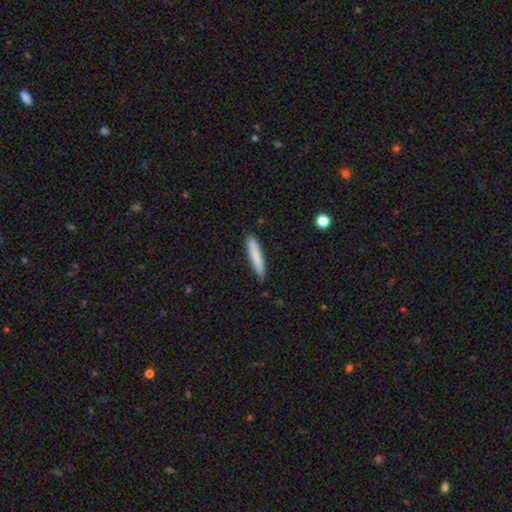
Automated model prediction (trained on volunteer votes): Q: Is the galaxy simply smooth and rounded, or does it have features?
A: smooth — 81%.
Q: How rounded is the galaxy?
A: cigar-shaped — 92%.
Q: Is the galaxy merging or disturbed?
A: none — 84%.